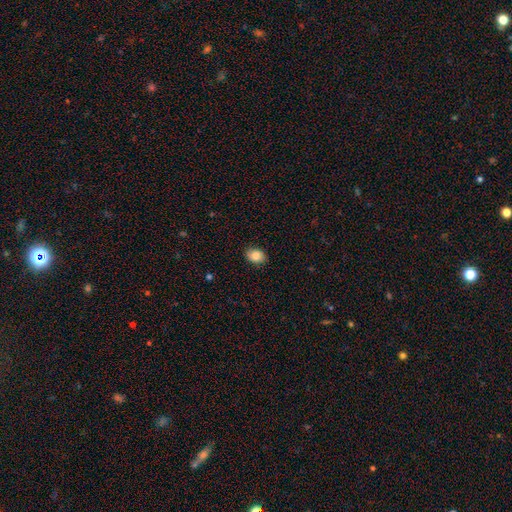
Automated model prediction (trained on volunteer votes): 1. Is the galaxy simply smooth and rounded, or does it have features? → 85% smooth, 8% star or artifact, 7% featured or disk.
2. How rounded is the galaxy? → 69% in between, 30% round, 1% cigar-shaped.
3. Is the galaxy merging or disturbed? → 87% none, 10% minor disturbance, 2% major disturbance, 1% merger.